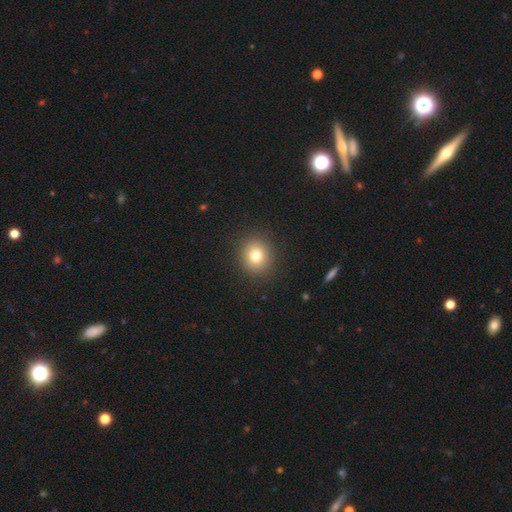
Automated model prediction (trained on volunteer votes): The model was most divided on "smooth or featured": smooth: 78%, star or artifact: 13%, featured or disk: 9%. More confident: merging — none (91%); how rounded — round (86%).